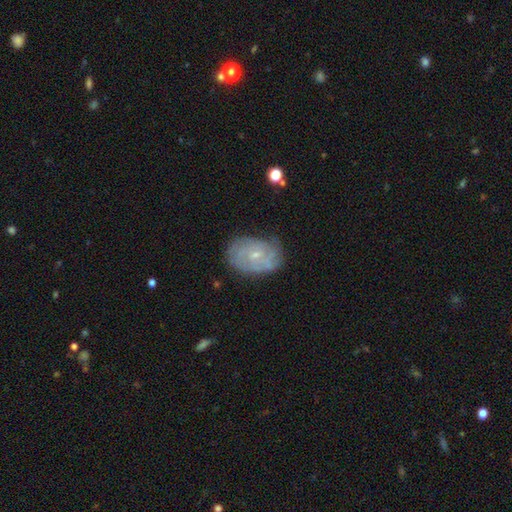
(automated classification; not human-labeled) A featured or disk galaxy (71%) with no bar (76%), tight (67%) spiral arms (86%) and a small central bulge (77%).

Vote fractions:
- Smooth or featured? featured or disk: 71% / smooth: 21% / star or artifact: 7%
- Edge-on disk? no: 97% / yes: 3%
- Bar? no: 76% / weak: 21% / strong: 3%
- Spiral arms? yes: 86% / no: 14%
- Spiral winding? tight: 67% / medium: 25% / loose: 8%
- Spiral arm count? can't tell: 47% / 2: 21% / 3: 13% / 4: 9% / more than 4: 5% / 1: 5%
- Bulge size? small: 77% / moderate: 19% / none: 2% / large: 1% / dominant: 1%
- Merging? none: 72% / minor disturbance: 20% / major disturbance: 6% / merger: 2%